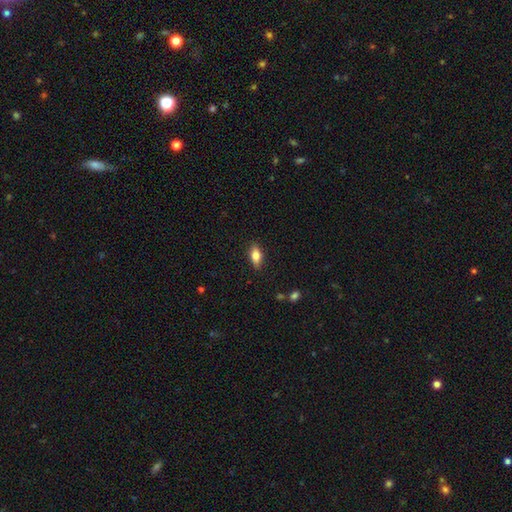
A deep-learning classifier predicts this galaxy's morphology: This appears to be a smooth galaxy with no disk features (75%) that is in between round and cigar-shaped (82%). Merging: none (86%).